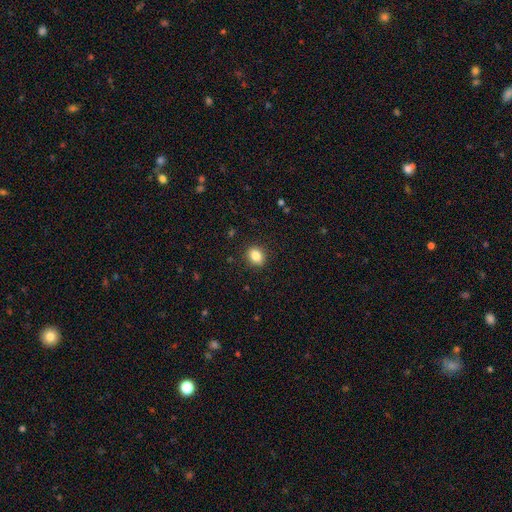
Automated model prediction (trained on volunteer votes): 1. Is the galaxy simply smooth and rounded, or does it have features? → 85% smooth, 10% star or artifact, 5% featured or disk.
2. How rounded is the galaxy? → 50% round, 49% in between, 1% cigar-shaped.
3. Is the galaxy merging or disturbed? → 89% none, 8% minor disturbance, 2% major disturbance, 1% merger.